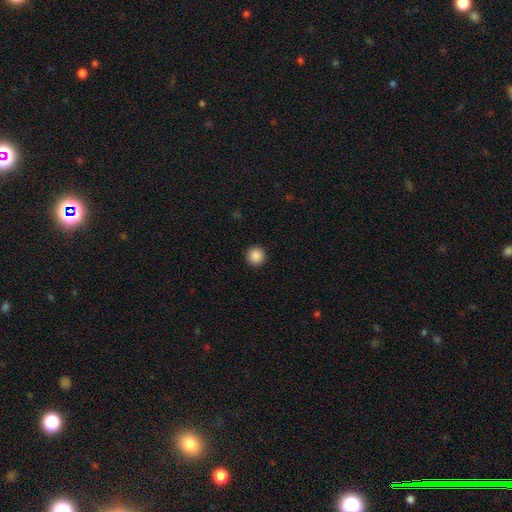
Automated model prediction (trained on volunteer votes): Morphology: type=smooth (88%); roundness=round (95%); merging=none (93%).